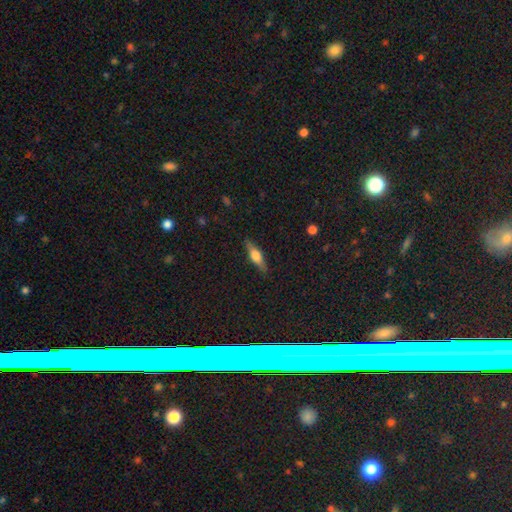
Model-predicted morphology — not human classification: smooth-or-featured: featured or disk: 47% | smooth: 46% | star or artifact: 7%
  merging: none: 88% | minor disturbance: 9% | major disturbance: 2% | merger: 1%